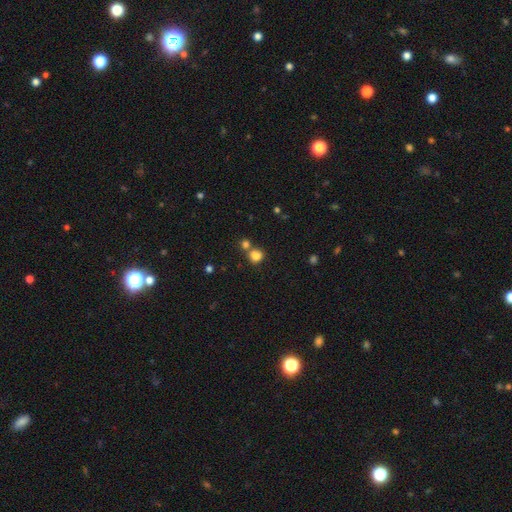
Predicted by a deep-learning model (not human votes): This appears to be a smooth galaxy with no disk features (81%) that is round (71%). Merging: none (51%).